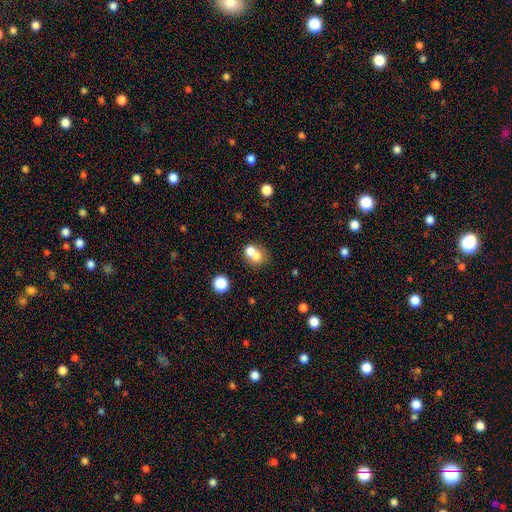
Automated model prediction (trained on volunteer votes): Overall: smooth (68%). How rounded: round (65%; in between 34%). Merging: merger (59%; none 30%).